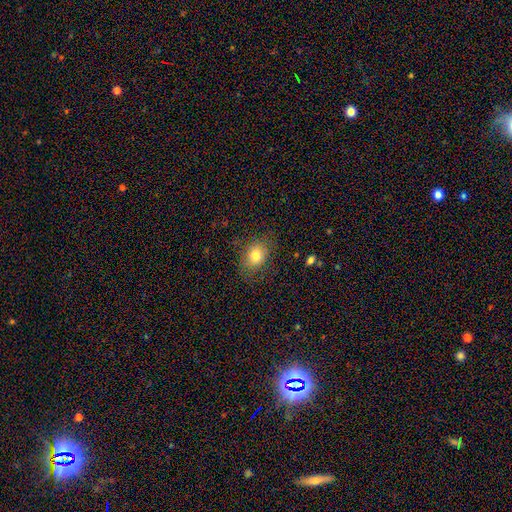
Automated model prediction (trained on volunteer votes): Smooth or featured: smooth — 79% (star or artifact — 11%)
How rounded: in between — 58% (round — 41%)
Merging: none — 79% (minor disturbance — 15%)